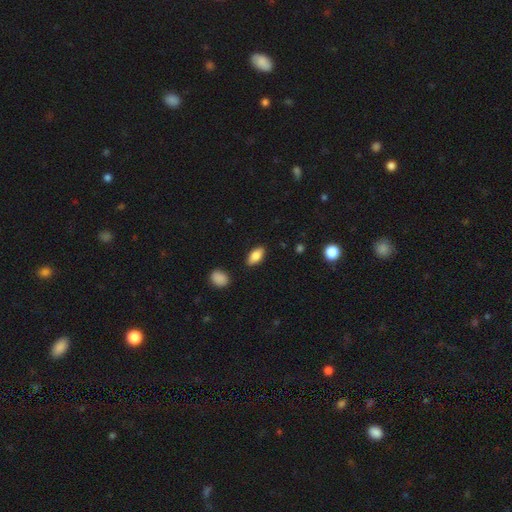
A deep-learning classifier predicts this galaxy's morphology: This is clearly a smooth galaxy (81%). How rounded: clearly in between (88%). Merging: clearly none (87%).